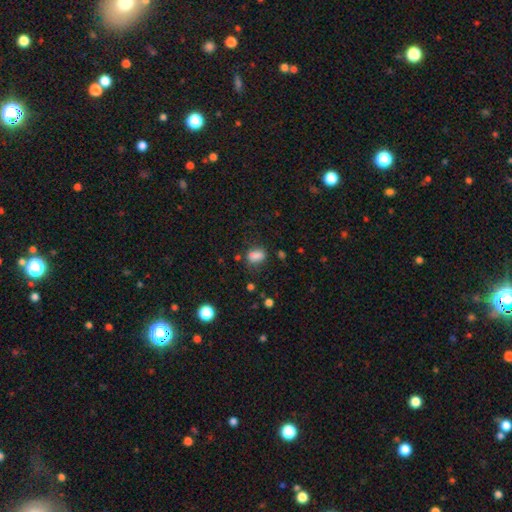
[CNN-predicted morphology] type=smooth (81%); roundness=in between (79%); merging=none (60%).